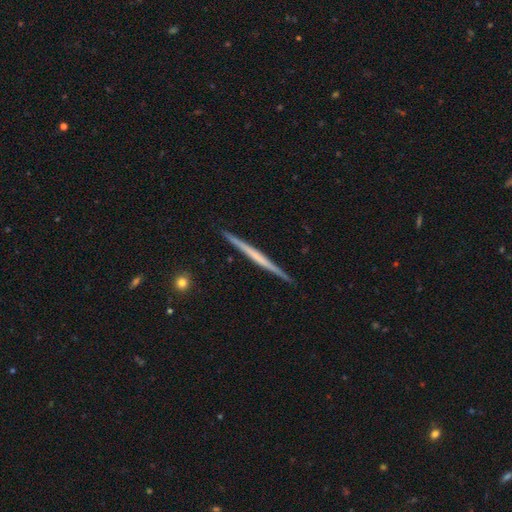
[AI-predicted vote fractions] Smooth or featured?
  - featured or disk: 66% *
  - smooth: 29%
  - star or artifact: 5%
Edge-on disk?
  - yes: 98% *
  - no: 2%
Edge-on bulge?
  - none: 81% *
  - rounded: 13%
  - boxy: 6%
Merging?
  - none: 92% *
  - minor disturbance: 6%
  - major disturbance: 1%
  - merger: 1%